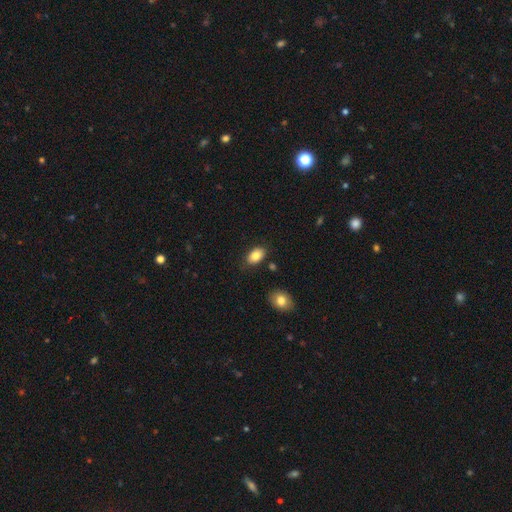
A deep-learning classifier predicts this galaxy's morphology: Smooth or featured? smooth (84%)
How rounded? in between (91%)
Merging? none (83%)